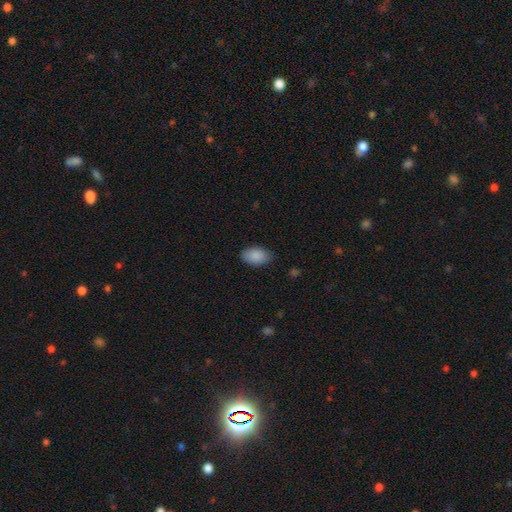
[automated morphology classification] smooth 89%, star or artifact 7%, featured or disk 4%. Down the decision tree: how rounded — in between (92%); merging — none (82%).